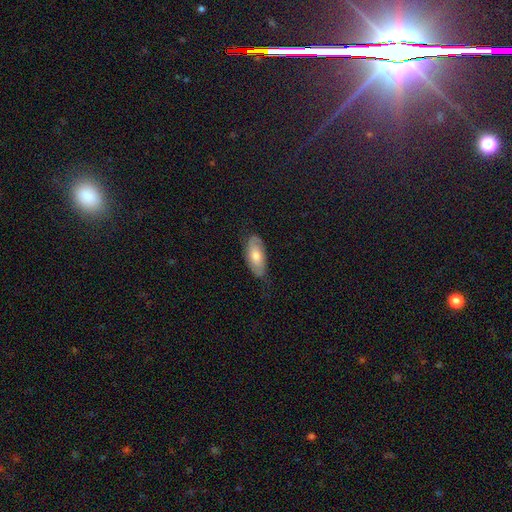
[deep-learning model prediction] Smooth or featured? Predicted: smooth (p=0.48). Merging? Predicted: none (p=0.70).